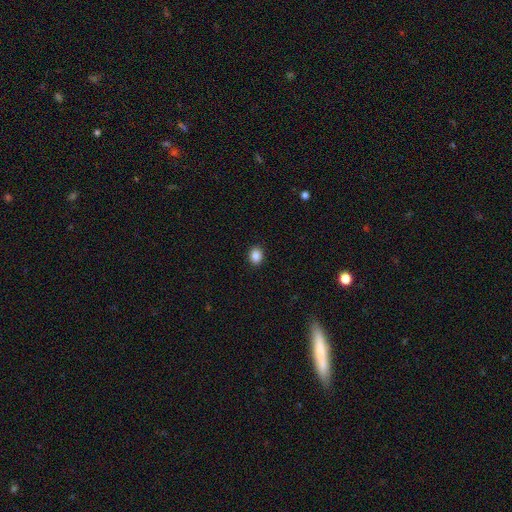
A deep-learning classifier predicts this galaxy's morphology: smooth 87%, star or artifact 10%, featured or disk 3%. Down the decision tree: how rounded — round (60%); merging — none (91%).